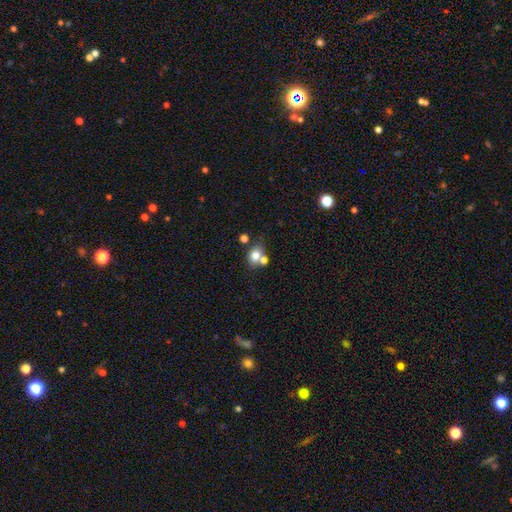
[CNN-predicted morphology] This is likely a smooth galaxy (76%). How rounded: possibly round (50%). Merging: possibly none (53%).